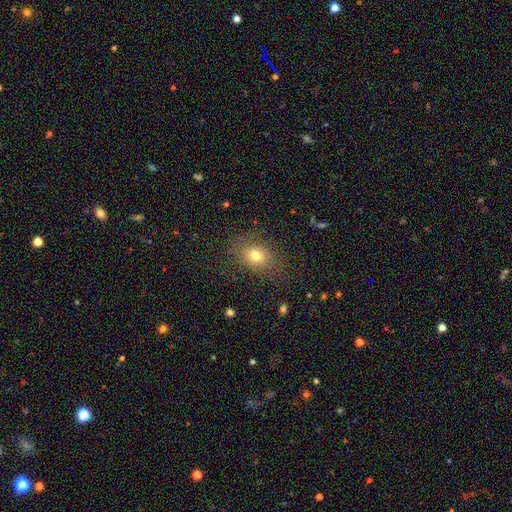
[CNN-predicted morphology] This is likely a smooth galaxy (73%). How rounded: possibly in between (60%). Merging: likely none (76%).